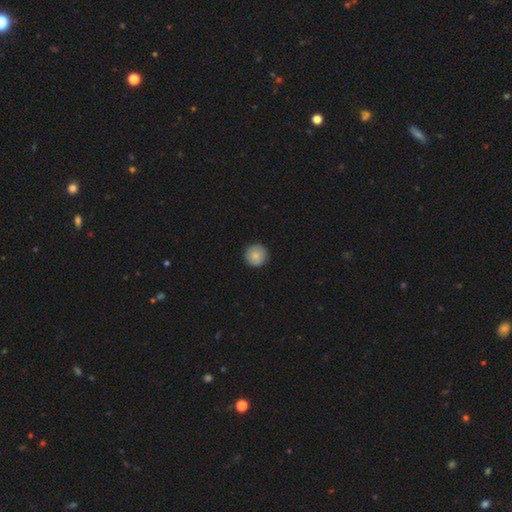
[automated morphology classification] A smooth galaxy with no disk features (83%) that is round (96%). Merging: none (91%).